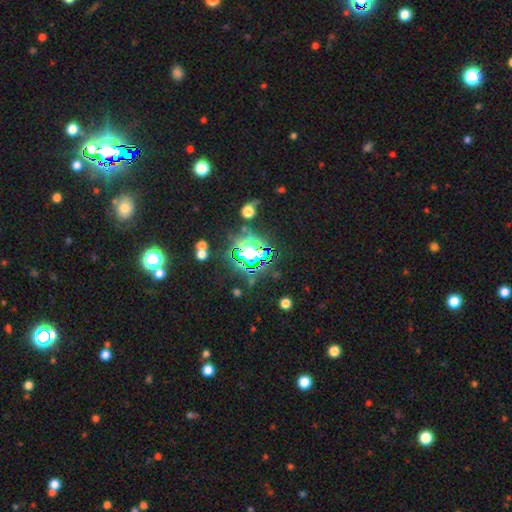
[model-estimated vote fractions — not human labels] Smooth or featured? Predicted: star or artifact (p=0.77).